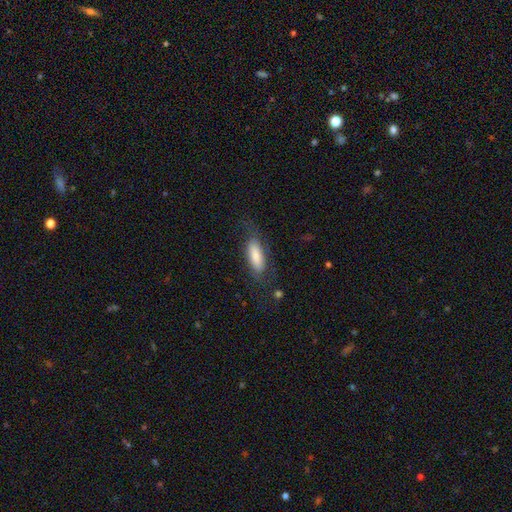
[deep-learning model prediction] Smooth or featured: smooth — 72% (featured or disk — 22%)
How rounded: in between — 70% (cigar-shaped — 28%)
Merging: none — 64% (minor disturbance — 20%)